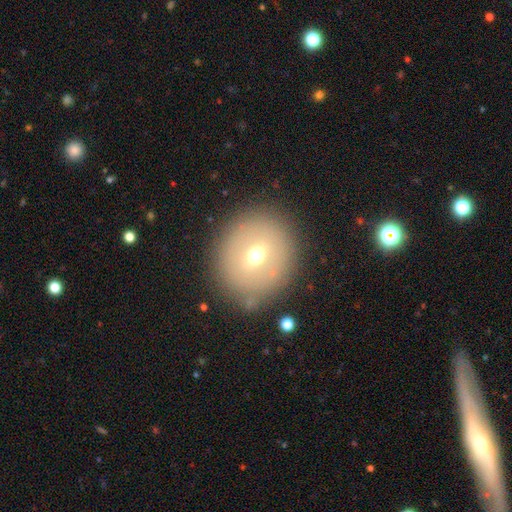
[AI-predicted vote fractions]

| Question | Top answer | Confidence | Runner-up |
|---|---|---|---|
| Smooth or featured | smooth | 57% | featured or disk (30%) |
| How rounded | round | 82% | in between (17%) |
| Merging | none | 81% | minor disturbance (11%) |